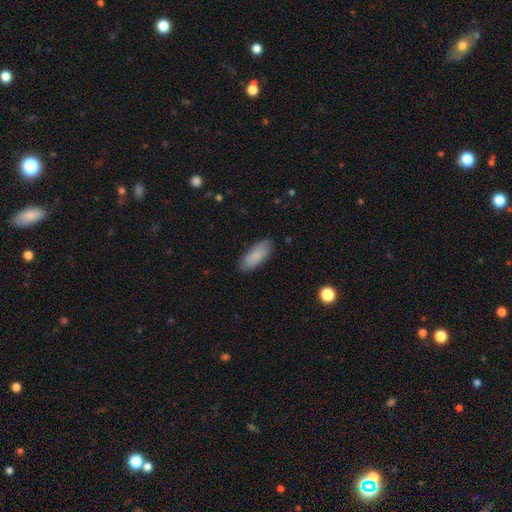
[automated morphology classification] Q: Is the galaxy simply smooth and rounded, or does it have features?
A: smooth — 86%.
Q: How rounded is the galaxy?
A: in between — 79%.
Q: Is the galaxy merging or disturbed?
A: none — 85%.